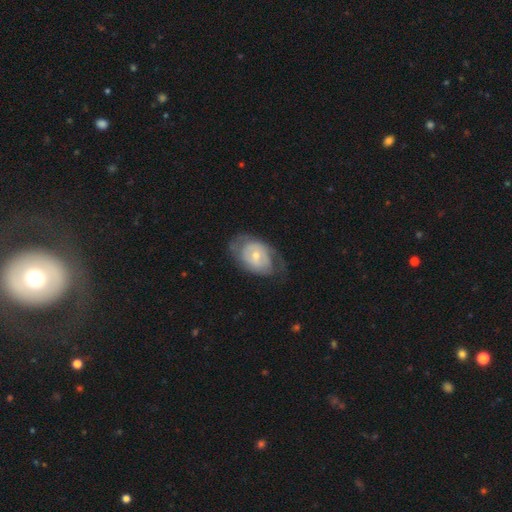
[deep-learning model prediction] smooth_or_featured: featured or disk (p=0.60) [alt: smooth p=0.34]
disk_edge_on: no (p=0.94) [alt: yes p=0.06]
bar: no (p=0.69) [alt: weak p=0.25]
has_spiral_arms: yes (p=0.57) [alt: no p=0.43]
bulge_size: small (p=0.50) [alt: moderate p=0.45]
merging: none (p=0.55) [alt: minor disturbance p=0.26]